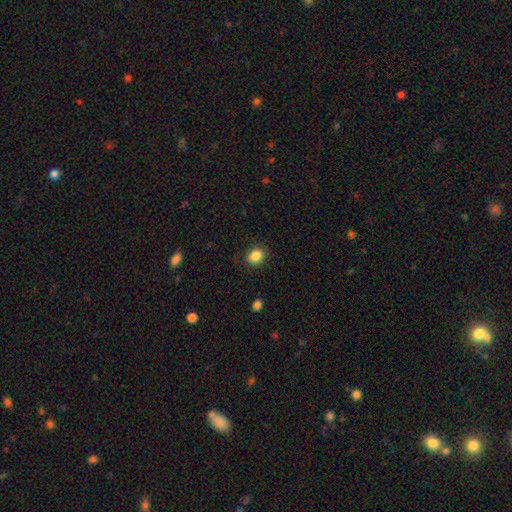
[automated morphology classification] Smooth or featured?
  - smooth: 86% *
  - star or artifact: 10%
  - featured or disk: 4%
How rounded?
  - round: 60% *
  - in between: 39%
  - cigar-shaped: 1%
Merging?
  - none: 84% *
  - minor disturbance: 11%
  - major disturbance: 3%
  - merger: 1%